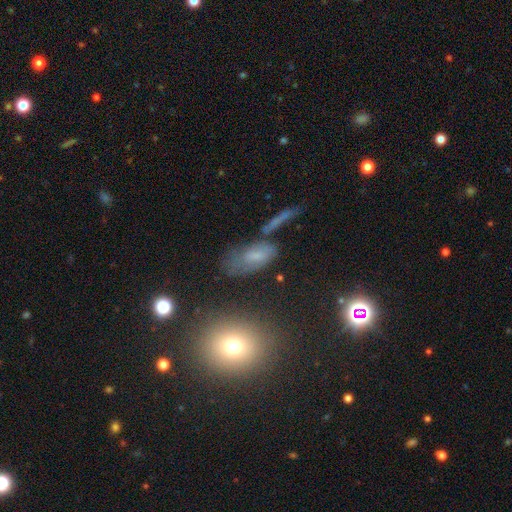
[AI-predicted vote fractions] A smooth galaxy with no disk features (52%) that is in between round and cigar-shaped (84%).

Vote fractions:
- Smooth or featured? smooth: 52% / featured or disk: 30% / star or artifact: 18%
- How rounded? in between: 84% / cigar-shaped: 10% / round: 6%
- Merging? none: 52% / minor disturbance: 24% / major disturbance: 14% / merger: 10%